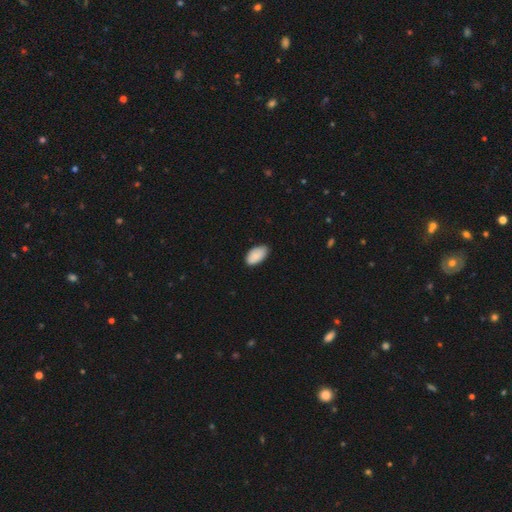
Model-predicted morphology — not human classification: smooth 88%, star or artifact 6%, featured or disk 6%. Down the decision tree: how rounded — in between (95%); merging — none (80%).